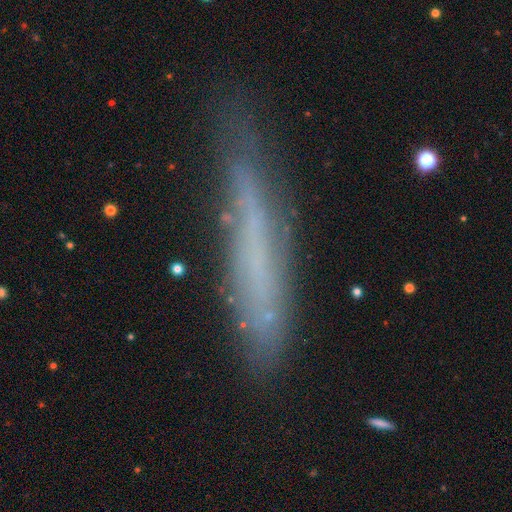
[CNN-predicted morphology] Smooth or featured: featured or disk — 48% (smooth — 41%)
Merging: none — 68% (minor disturbance — 23%)